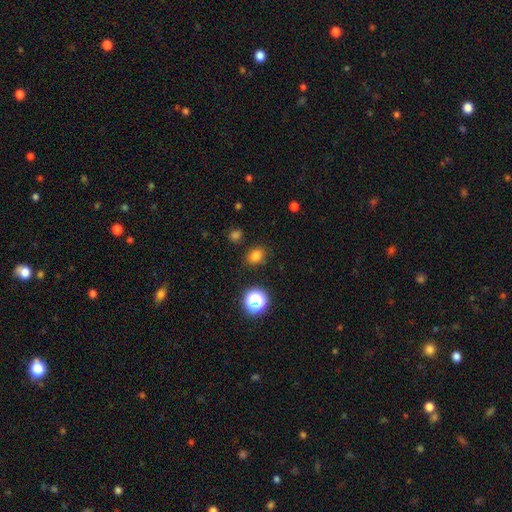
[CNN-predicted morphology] smooth-or-featured: smooth: 77% | star or artifact: 18% | featured or disk: 5%
  how-rounded: in between: 55% | round: 44% | cigar-shaped: 1%
  merging: none: 84% | minor disturbance: 10% | major disturbance: 3% | merger: 3%